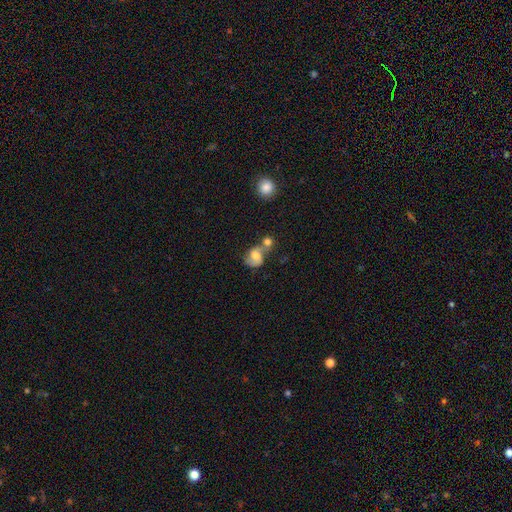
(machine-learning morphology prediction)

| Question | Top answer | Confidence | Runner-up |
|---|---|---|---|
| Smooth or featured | featured or disk | 47% | smooth (43%) |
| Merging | merger | 45% | none (32%) |